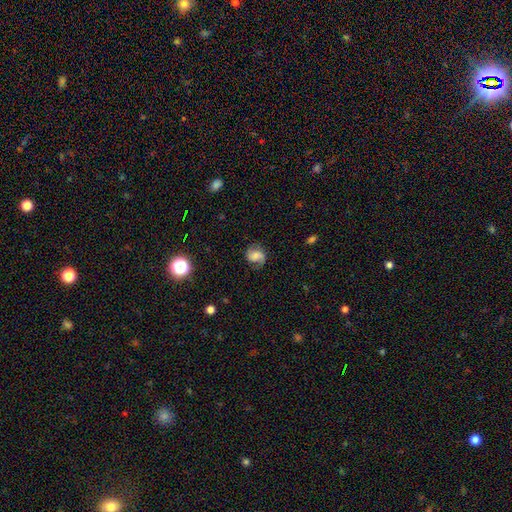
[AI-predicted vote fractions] This is possibly a featured or disk galaxy (49%). Merging: likely none (69%).